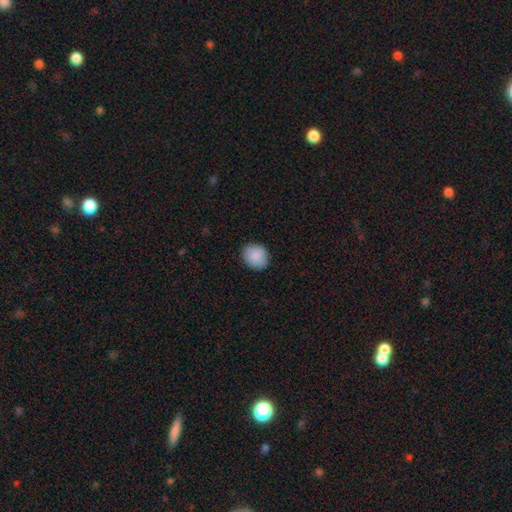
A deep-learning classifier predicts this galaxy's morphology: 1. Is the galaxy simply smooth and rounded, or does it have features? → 88% smooth, 7% star or artifact, 5% featured or disk.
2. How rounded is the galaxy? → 77% round, 22% in between, 1% cigar-shaped.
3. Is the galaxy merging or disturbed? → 88% none, 9% minor disturbance, 2% major disturbance, 1% merger.